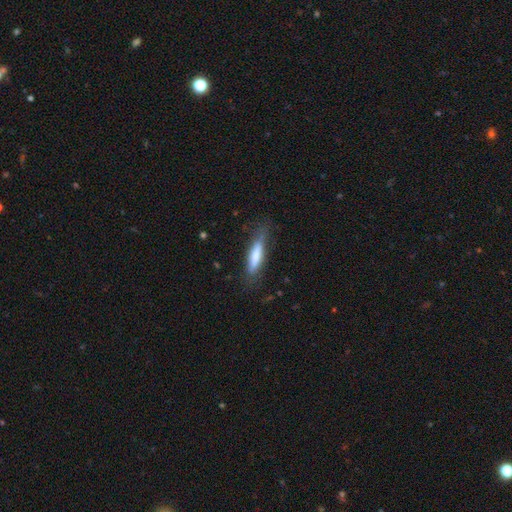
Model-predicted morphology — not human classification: smooth-or-featured: smooth: 68% | featured or disk: 26% | star or artifact: 6%
  how-rounded: cigar-shaped: 76% | in between: 23% | round: 1%
  merging: none: 64% | minor disturbance: 24% | major disturbance: 10% | merger: 2%